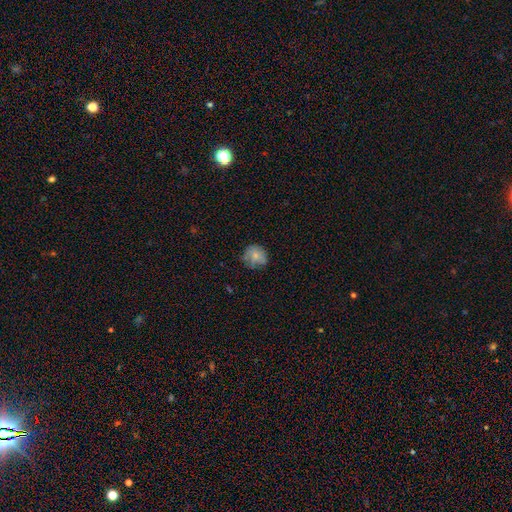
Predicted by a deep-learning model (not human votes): Smooth or featured: smooth — 73% (featured or disk — 17%)
How rounded: round — 79% (in between — 20%)
Merging: none — 65% (minor disturbance — 25%)